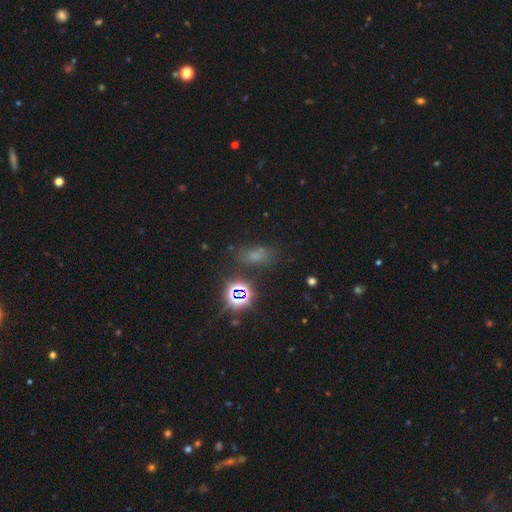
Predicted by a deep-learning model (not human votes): Smooth or featured?
  - smooth: 49% *
  - star or artifact: 39%
  - featured or disk: 12%
Merging?
  - none: 66% *
  - minor disturbance: 18%
  - major disturbance: 9%
  - merger: 8%